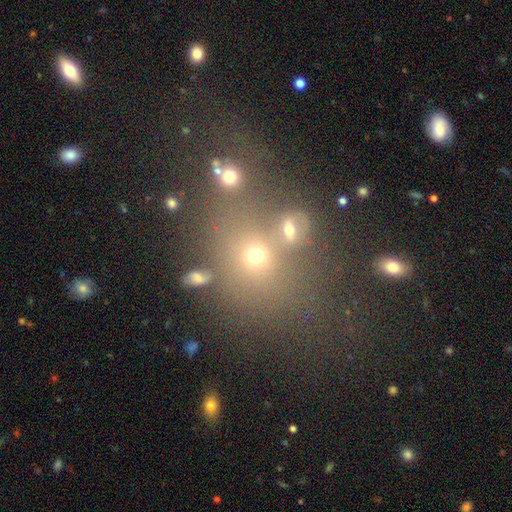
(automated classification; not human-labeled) A smooth galaxy with no disk features (64%) that is round (59%).

Vote fractions:
- Smooth or featured? smooth: 64% / star or artifact: 22% / featured or disk: 14%
- How rounded? round: 59% / in between: 39% / cigar-shaped: 2%
- Merging? none: 48% / merger: 33% / minor disturbance: 11% / major disturbance: 7%